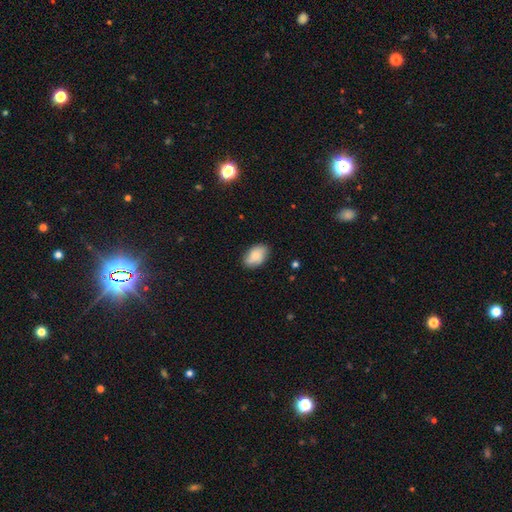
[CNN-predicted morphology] smooth-or-featured: smooth: 73% | featured or disk: 20% | star or artifact: 7%
  how-rounded: in between: 91% | round: 8% | cigar-shaped: 2%
  merging: none: 78% | minor disturbance: 17% | major disturbance: 3% | merger: 1%